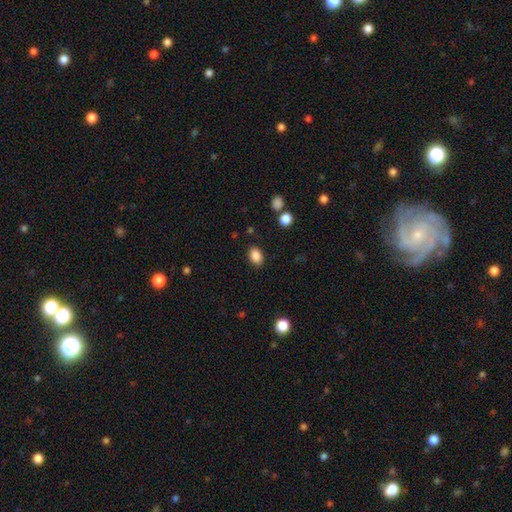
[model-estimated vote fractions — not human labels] A smooth galaxy with no disk features (87%) that is in between round and cigar-shaped (78%).

Vote fractions:
- Smooth or featured? smooth: 87% / star or artifact: 9% / featured or disk: 4%
- How rounded? in between: 78% / round: 21% / cigar-shaped: 1%
- Merging? none: 85% / minor disturbance: 10% / major disturbance: 3% / merger: 2%